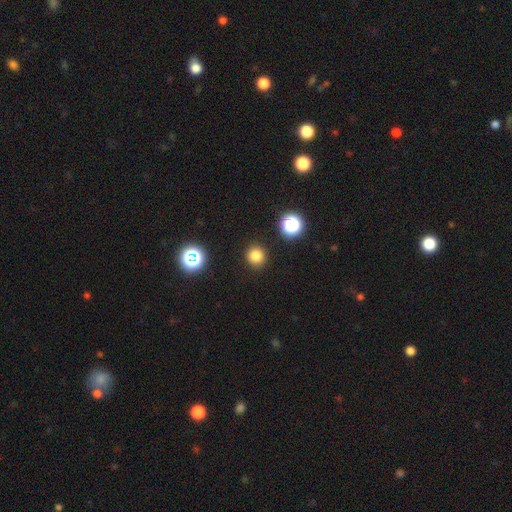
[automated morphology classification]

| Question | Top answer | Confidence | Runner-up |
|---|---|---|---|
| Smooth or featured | smooth | 79% | star or artifact (16%) |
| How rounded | round | 93% | in between (6%) |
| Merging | none | 90% | minor disturbance (6%) |